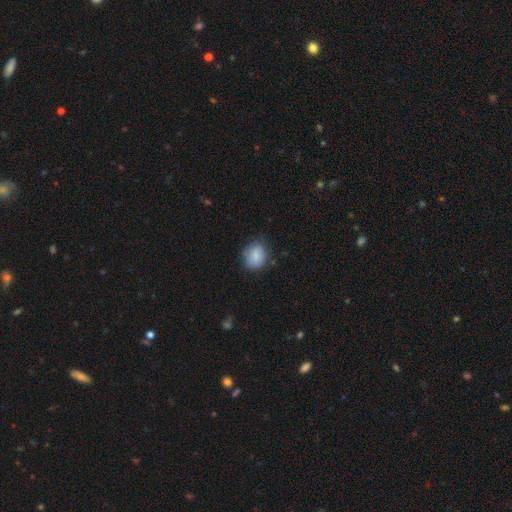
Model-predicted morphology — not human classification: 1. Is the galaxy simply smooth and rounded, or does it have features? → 84% smooth, 8% featured or disk, 8% star or artifact.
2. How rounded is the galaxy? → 60% round, 39% in between, 1% cigar-shaped.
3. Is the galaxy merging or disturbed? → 74% none, 20% minor disturbance, 5% major disturbance, 2% merger.